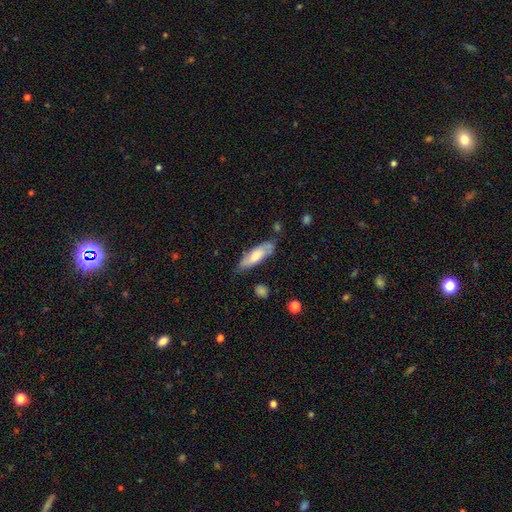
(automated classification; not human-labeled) This appears to be a smooth galaxy with no disk features (56%) that is in between round and cigar-shaped (53%). Merging: none (67%).